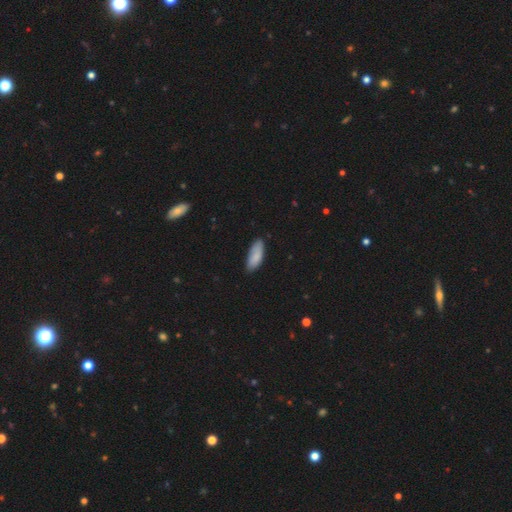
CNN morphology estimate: This is clearly a smooth galaxy (86%). How rounded: likely in between (75%). Merging: likely none (78%).